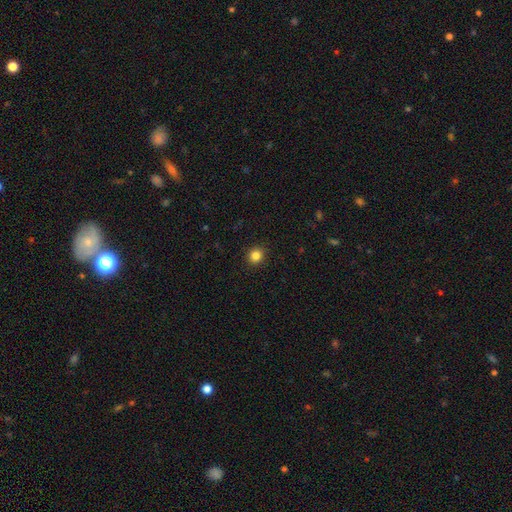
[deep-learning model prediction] smooth-or-featured: smooth: 84% | star or artifact: 12% | featured or disk: 4%
  how-rounded: round: 89% | in between: 10% | cigar-shaped: 1%
  merging: none: 92% | minor disturbance: 5% | major disturbance: 2% | merger: 1%